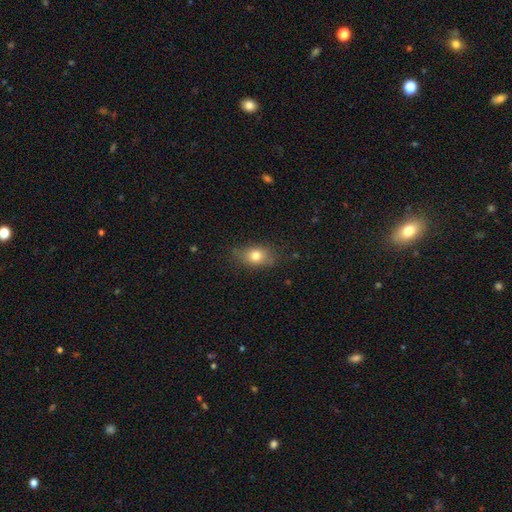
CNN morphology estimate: smooth 77%, featured or disk 13%, star or artifact 10%. Down the decision tree: how rounded — in between (73%); merging — none (75%).